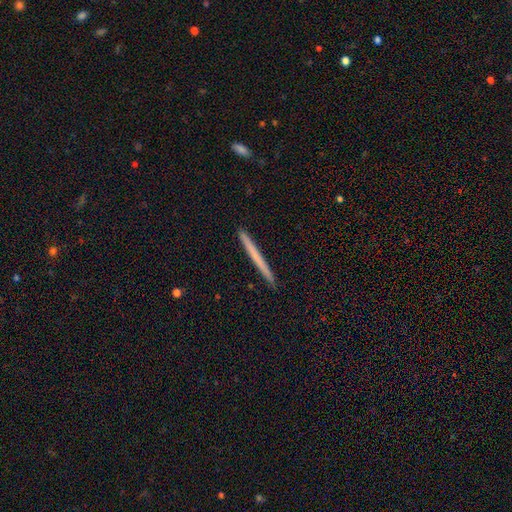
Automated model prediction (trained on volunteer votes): Overall: smooth (55%; featured or disk 39%). How rounded: cigar-shaped (97%). Merging: none (93%).